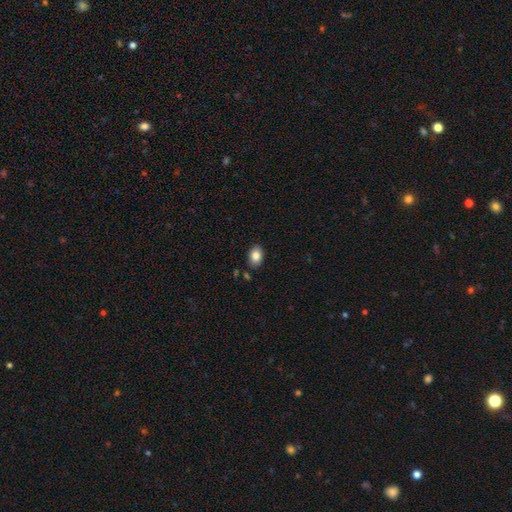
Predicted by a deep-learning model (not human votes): smooth 84%, star or artifact 8%, featured or disk 8%. Down the decision tree: how rounded — in between (81%); merging — none (85%).